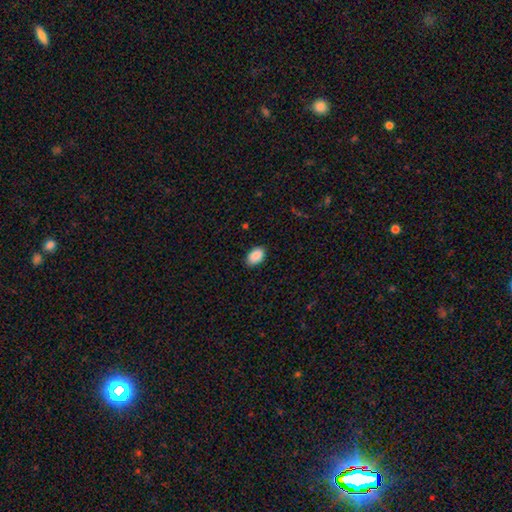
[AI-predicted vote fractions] Smooth or featured? smooth (89%)
How rounded? in between (91%)
Merging? none (87%)